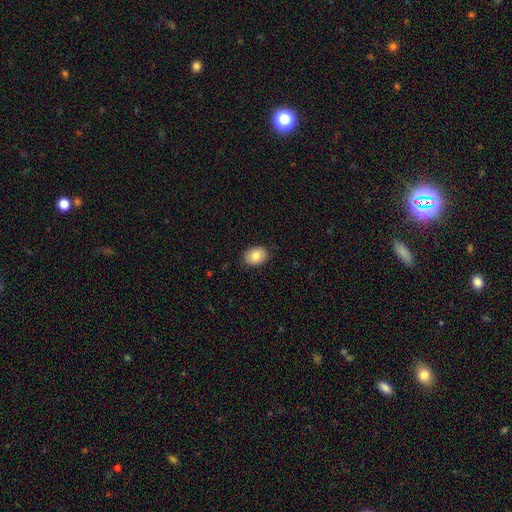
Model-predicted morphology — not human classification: A smooth galaxy with no disk features (83%) that is in between round and cigar-shaped (68%).

Vote fractions:
- Smooth or featured? smooth: 83% / featured or disk: 9% / star or artifact: 7%
- How rounded? in between: 68% / round: 31% / cigar-shaped: 1%
- Merging? none: 89% / minor disturbance: 9% / major disturbance: 2% / merger: 1%